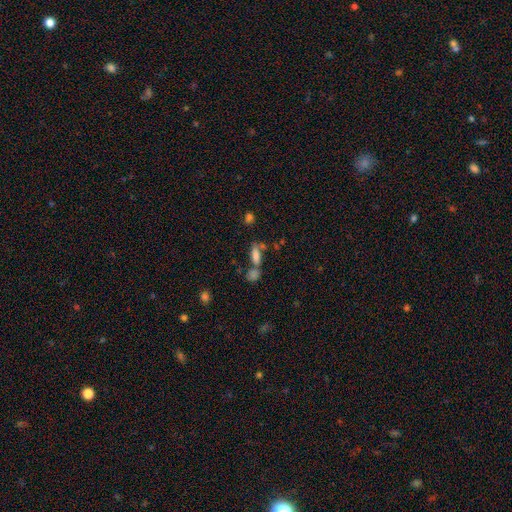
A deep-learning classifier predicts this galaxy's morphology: smooth_or_featured: smooth (p=0.75) [alt: star or artifact p=0.13]
how_rounded: in between (p=0.67) [alt: cigar-shaped p=0.28]
merging: none (p=0.44) [alt: merger p=0.35]